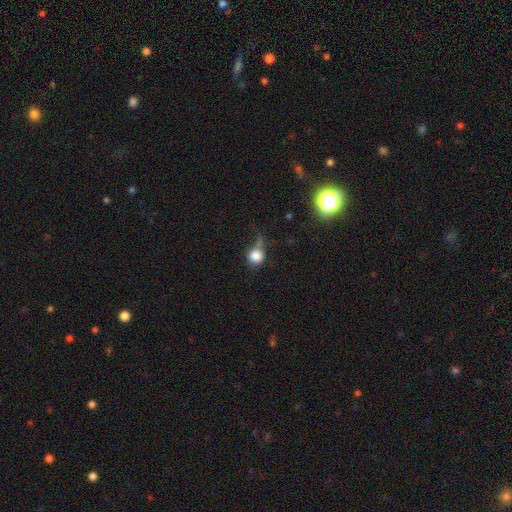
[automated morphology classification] Smooth or featured?
  - smooth: 79% *
  - star or artifact: 11%
  - featured or disk: 10%
How rounded?
  - round: 85% *
  - in between: 13%
  - cigar-shaped: 1%
Merging?
  - none: 36% *
  - major disturbance: 27%
  - minor disturbance: 25%
  - merger: 12%